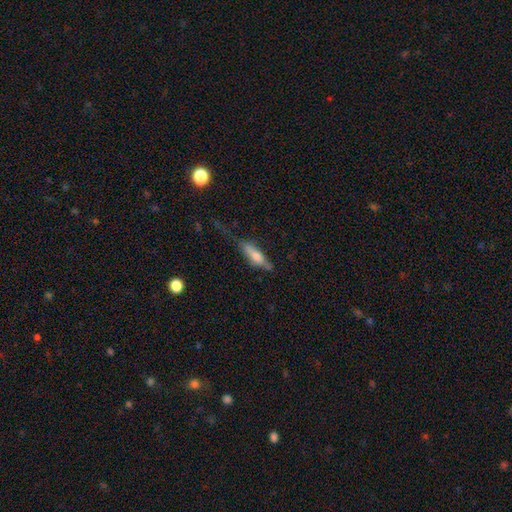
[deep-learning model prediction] smooth_or_featured: smooth (p=0.60) [alt: featured or disk p=0.33]
how_rounded: cigar-shaped (p=0.54) [alt: in between p=0.43]
merging: none (p=0.40) [alt: minor disturbance p=0.30]